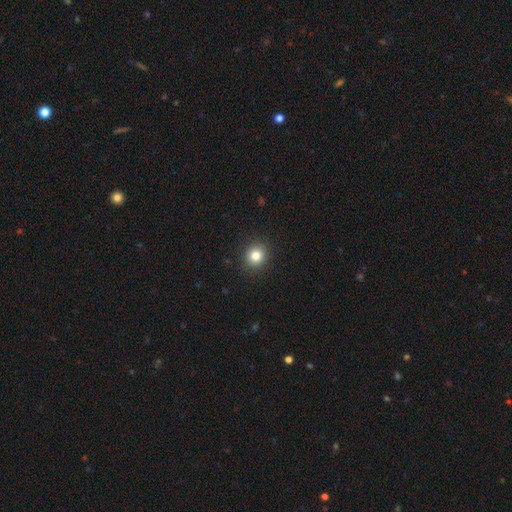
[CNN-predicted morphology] Q: Smooth or featured?
A: smooth (82%); runner-up: star or artifact (11%)
Q: How rounded?
A: round (86%); runner-up: in between (13%)
Q: Merging?
A: none (91%); runner-up: minor disturbance (6%)